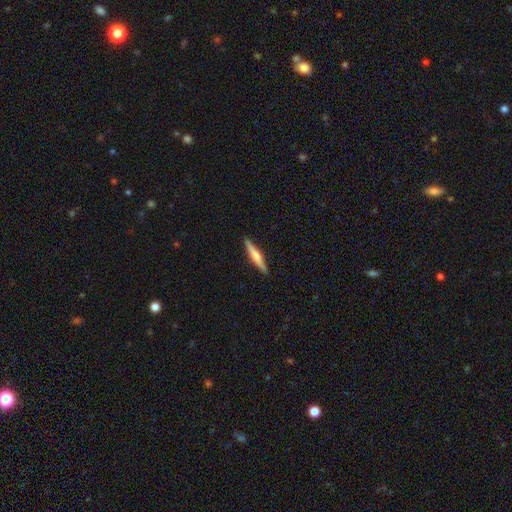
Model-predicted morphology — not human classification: smooth_or_featured: featured or disk (p=0.52) [alt: smooth p=0.43]
disk_edge_on: yes (p=0.97) [alt: no p=0.03]
edge_on_bulge: rounded (p=0.70) [alt: none p=0.15]
merging: none (p=0.91) [alt: minor disturbance p=0.07]